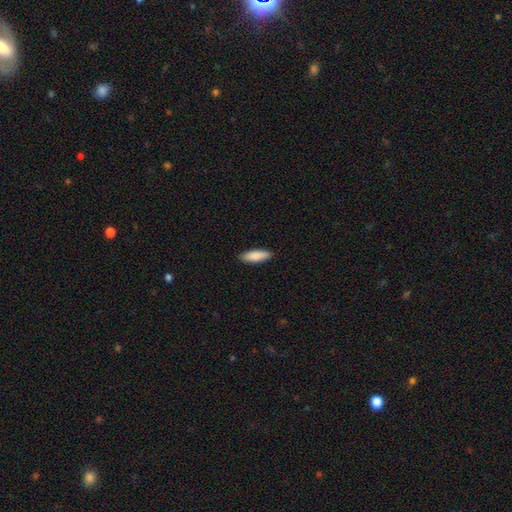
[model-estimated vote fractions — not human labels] Smooth or featured?
  - smooth: 88% *
  - featured or disk: 7%
  - star or artifact: 5%
How rounded?
  - in between: 54% *
  - cigar-shaped: 45%
  - round: 2%
Merging?
  - none: 90% *
  - minor disturbance: 8%
  - major disturbance: 2%
  - merger: 1%